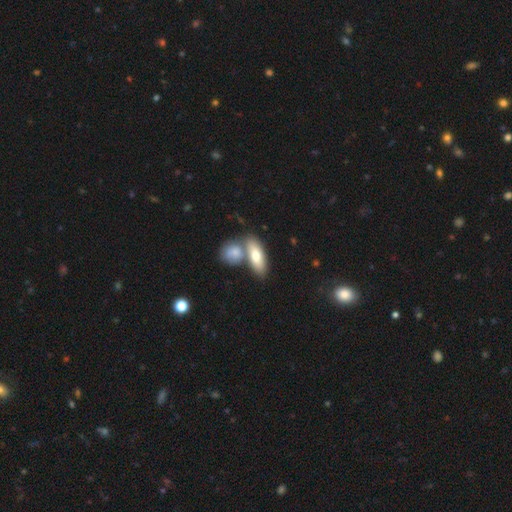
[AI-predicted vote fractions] Smooth or featured? Predicted: smooth (p=0.71). How rounded? Predicted: in between (p=0.73). Merging? Predicted: none (p=0.46).